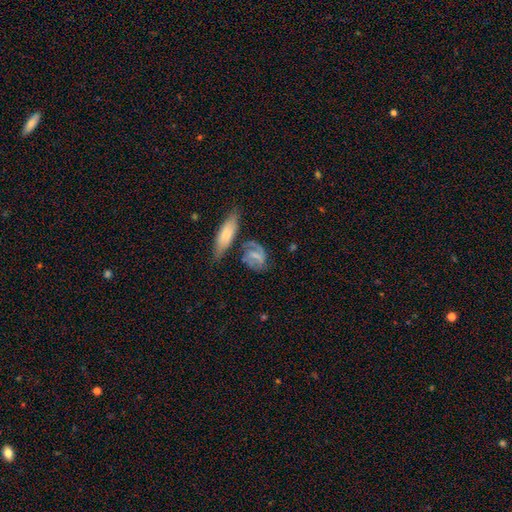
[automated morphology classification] A featured or disk galaxy (53%). Merging: none (56%).